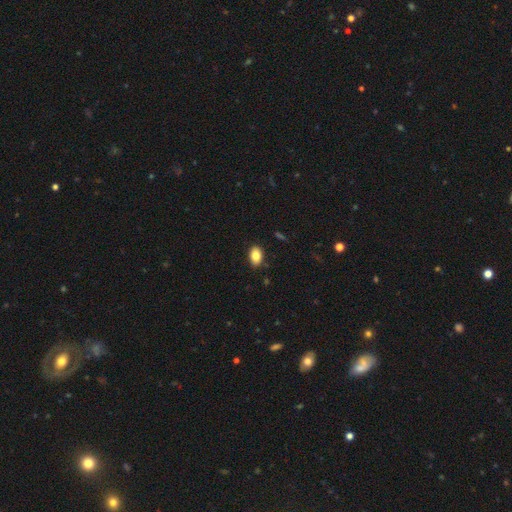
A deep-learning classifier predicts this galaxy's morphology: The model was most divided on "smooth or featured": smooth: 83%, featured or disk: 9%, star or artifact: 8%. More confident: how rounded — in between (87%); merging — none (87%).